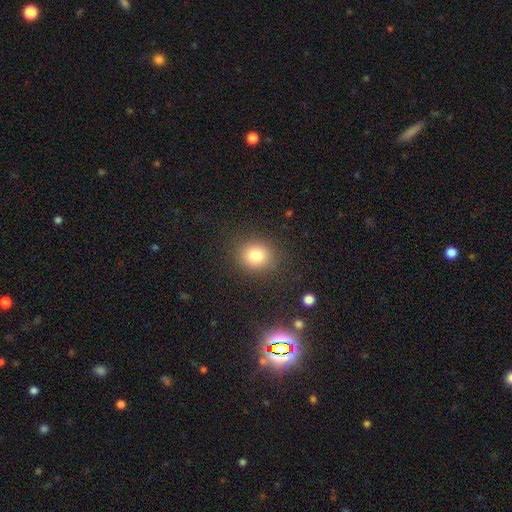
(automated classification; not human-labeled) Smooth or featured?
  - smooth: 80% *
  - star or artifact: 12%
  - featured or disk: 8%
How rounded?
  - round: 74% *
  - in between: 25%
  - cigar-shaped: 1%
Merging?
  - none: 86% *
  - minor disturbance: 9%
  - major disturbance: 4%
  - merger: 1%